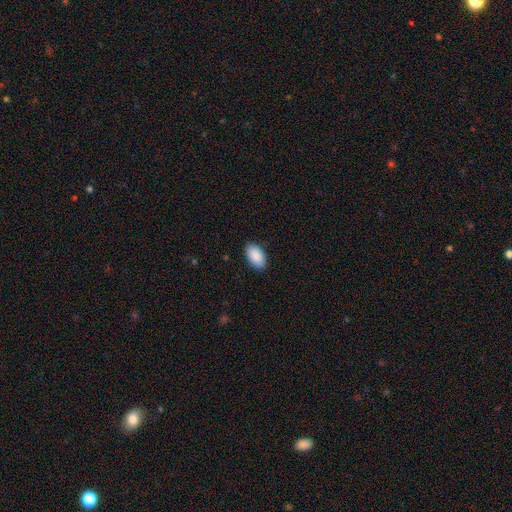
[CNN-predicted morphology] This is clearly a smooth galaxy (91%). How rounded: clearly in between (95%). Merging: clearly none (88%).